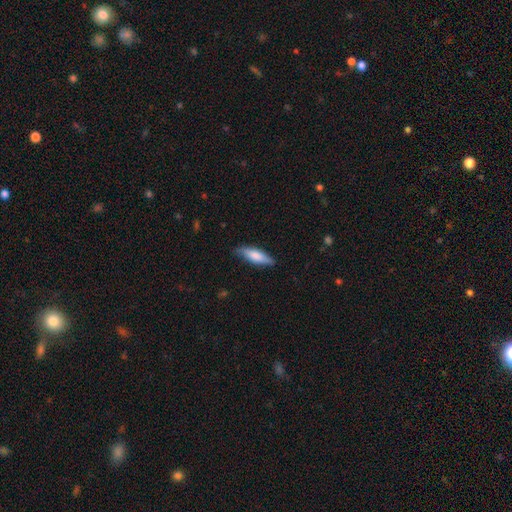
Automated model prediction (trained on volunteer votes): Morphology: type=smooth (71%); roundness=cigar-shaped (54%); merging=none (79%).